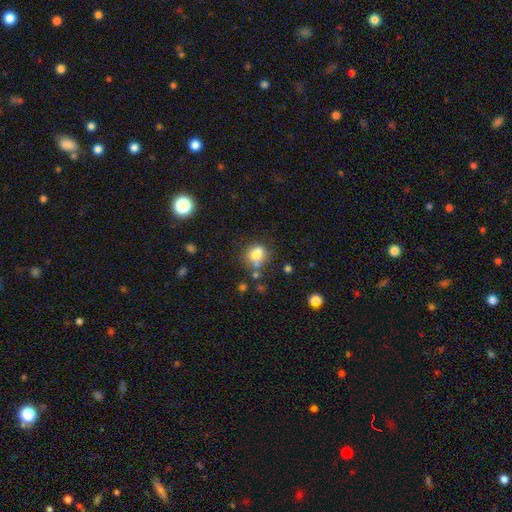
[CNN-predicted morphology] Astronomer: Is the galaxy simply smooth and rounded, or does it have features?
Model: smooth — 76%.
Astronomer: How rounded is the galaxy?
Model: round — 56% (runner-up: in between, 43%).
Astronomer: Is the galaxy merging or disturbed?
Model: none — 50%.